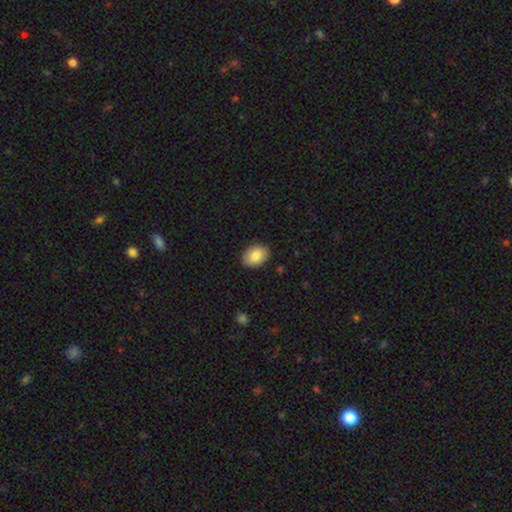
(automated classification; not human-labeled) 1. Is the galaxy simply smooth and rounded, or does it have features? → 85% smooth, 8% featured or disk, 7% star or artifact.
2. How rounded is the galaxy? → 77% in between, 22% round, 1% cigar-shaped.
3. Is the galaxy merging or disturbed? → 88% none, 9% minor disturbance, 2% major disturbance, 1% merger.